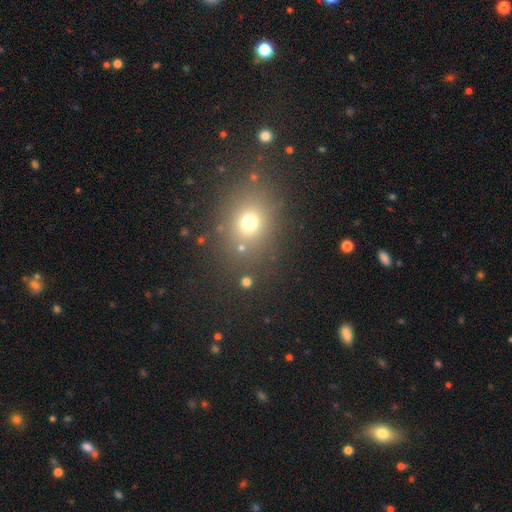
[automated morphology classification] smooth-or-featured: smooth: 60% | star or artifact: 29% | featured or disk: 11%
  how-rounded: round: 56% | in between: 42% | cigar-shaped: 2%
  merging: none: 82% | minor disturbance: 9% | merger: 5% | major disturbance: 4%